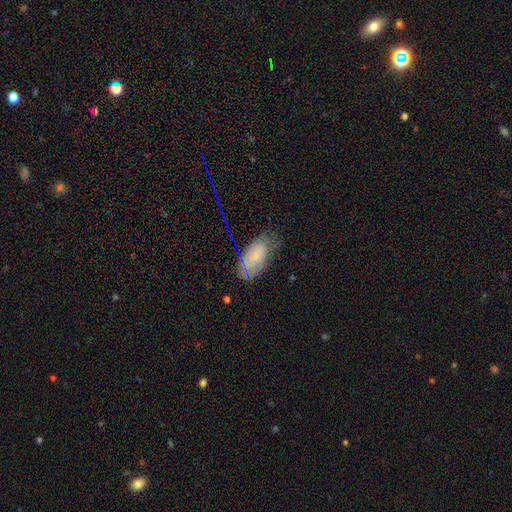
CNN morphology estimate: This is likely a smooth galaxy (64%). How rounded: clearly in between (92%). Merging: possibly none (56%).